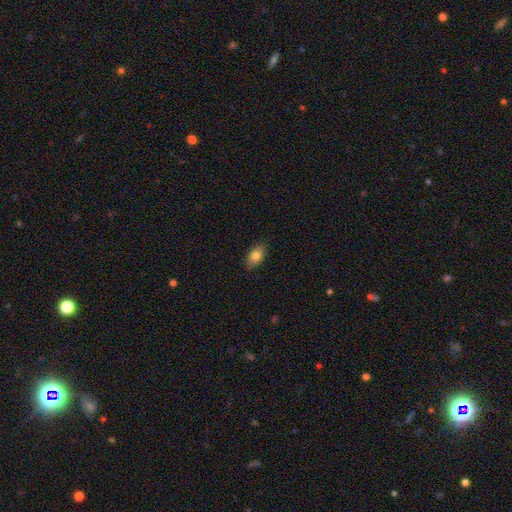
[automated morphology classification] This appears to be a smooth galaxy with no disk features (79%) that is in between round and cigar-shaped (88%). Merging: none (87%).